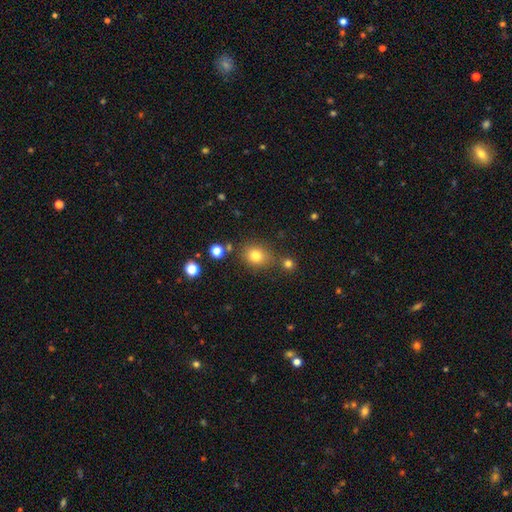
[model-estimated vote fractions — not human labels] Smooth or featured?
  - smooth: 79% *
  - star or artifact: 13%
  - featured or disk: 7%
How rounded?
  - round: 65% *
  - in between: 34%
  - cigar-shaped: 1%
Merging?
  - none: 75% *
  - minor disturbance: 12%
  - merger: 9%
  - major disturbance: 4%